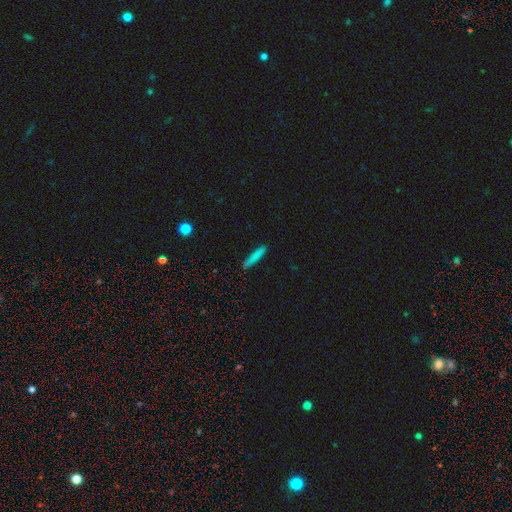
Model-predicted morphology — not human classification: Q: Smooth or featured?
A: smooth (79%); runner-up: featured or disk (13%)
Q: How rounded?
A: cigar-shaped (92%); runner-up: in between (6%)
Q: Merging?
A: none (86%); runner-up: minor disturbance (10%)